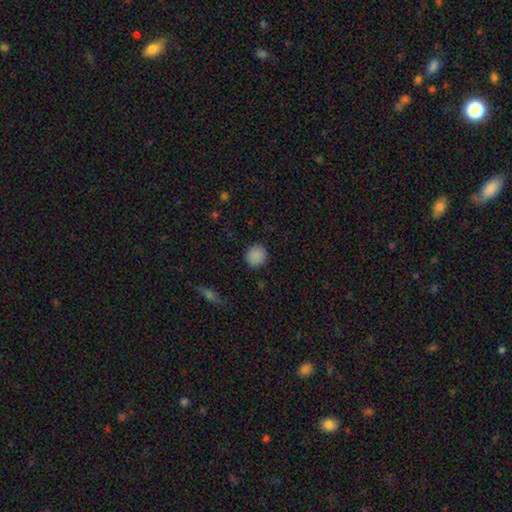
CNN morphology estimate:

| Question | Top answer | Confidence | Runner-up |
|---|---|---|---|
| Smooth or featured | smooth | 88% | star or artifact (9%) |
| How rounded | round | 84% | in between (15%) |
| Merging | none | 89% | minor disturbance (8%) |